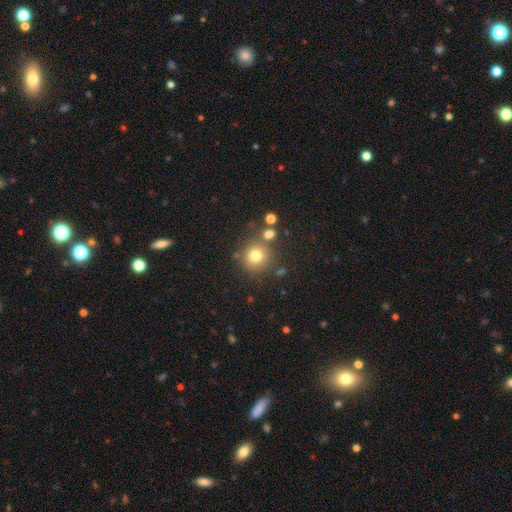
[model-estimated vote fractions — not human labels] smooth 76%, star or artifact 14%, featured or disk 9%. Down the decision tree: how rounded — round (91%); merging — none (76%).